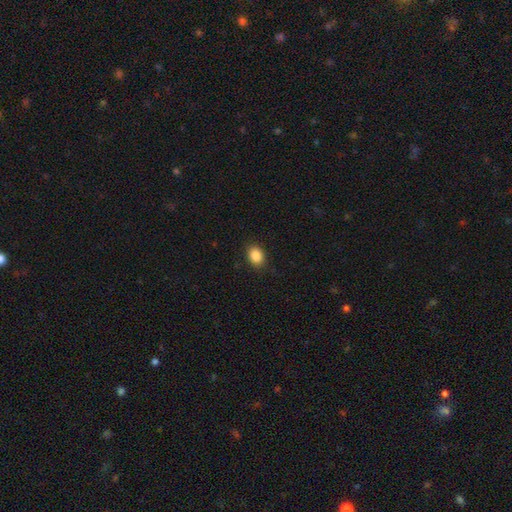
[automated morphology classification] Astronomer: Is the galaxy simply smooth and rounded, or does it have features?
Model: smooth — 87%.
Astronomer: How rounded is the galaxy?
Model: in between — 64%.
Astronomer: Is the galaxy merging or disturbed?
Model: none — 88%.